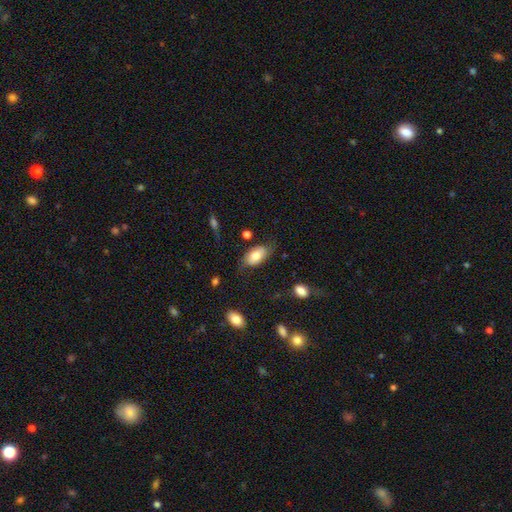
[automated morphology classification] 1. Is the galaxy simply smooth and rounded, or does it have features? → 71% smooth, 22% featured or disk, 7% star or artifact.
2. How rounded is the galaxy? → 93% in between, 5% round, 2% cigar-shaped.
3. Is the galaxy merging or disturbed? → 63% none, 25% minor disturbance, 10% major disturbance, 2% merger.